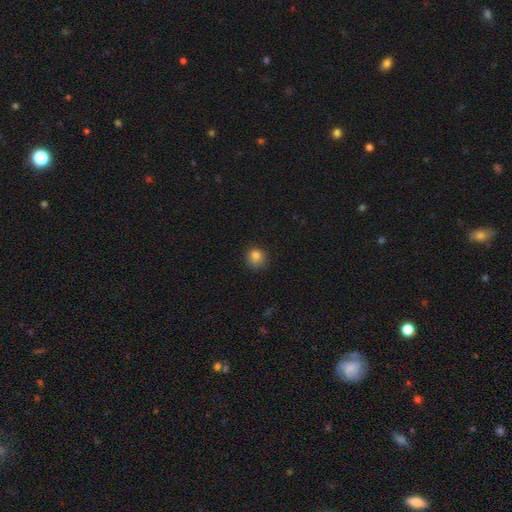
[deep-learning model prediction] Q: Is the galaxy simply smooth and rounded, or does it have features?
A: smooth — 83%.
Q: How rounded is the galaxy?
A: round — 87%.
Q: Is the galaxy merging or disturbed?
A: none — 78%.